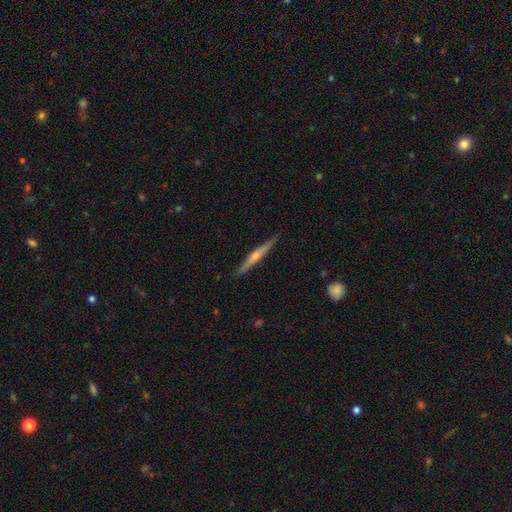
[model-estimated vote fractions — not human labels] Smooth or featured? featured or disk (71%)
Edge-on disk? yes (98%)
Edge-on bulge? rounded (79%)
Merging? none (91%)